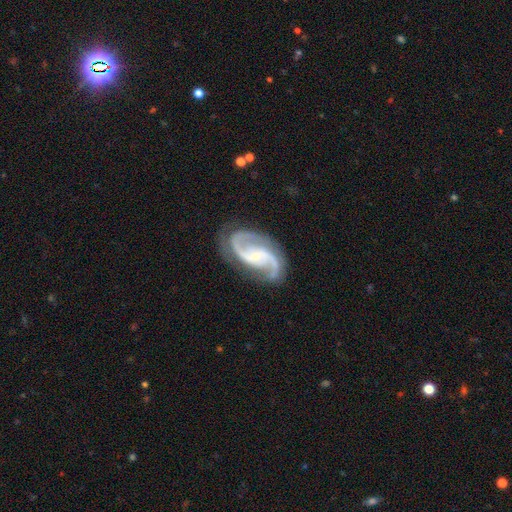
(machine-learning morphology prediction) This is clearly a featured or disk galaxy (92%). It is clearly not viewed edge-on (98%). Bar: marginally no (43%). Spiral arm pattern: clearly yes (98%). Spiral arm count: clearly 2 (91%). Spiral winding: possibly medium (57%). Central bulge: likely small (73%). Merging: likely none (77%).